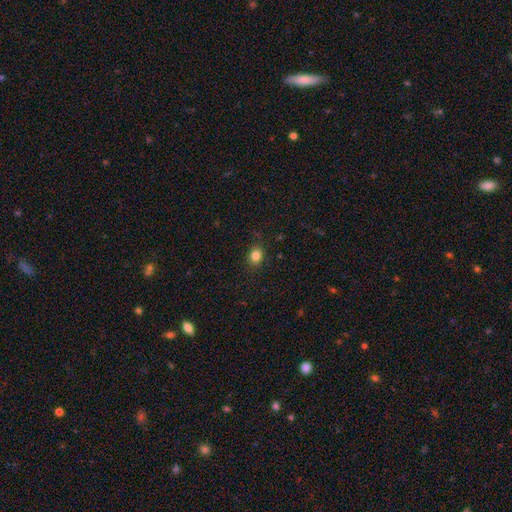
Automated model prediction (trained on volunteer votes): smooth_or_featured: smooth (p=0.83) [alt: star or artifact p=0.12]
how_rounded: round (p=0.55) [alt: in between p=0.44]
merging: none (p=0.86) [alt: minor disturbance p=0.10]